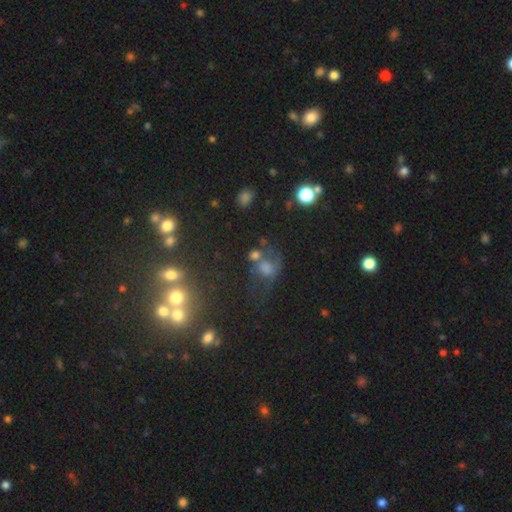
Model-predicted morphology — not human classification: Smooth or featured? Predicted: smooth (p=0.51). How rounded? Predicted: round (p=0.63). Merging? Predicted: none (p=0.34).